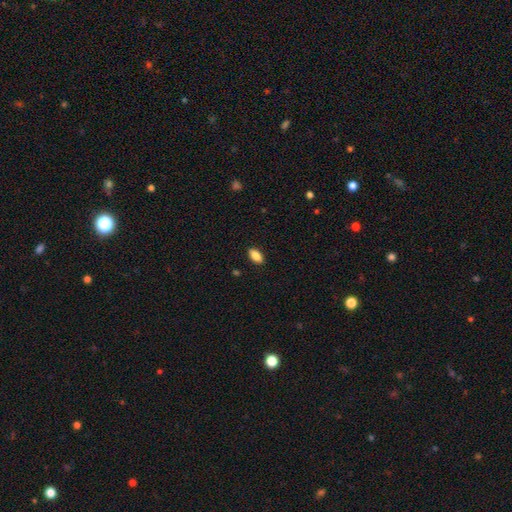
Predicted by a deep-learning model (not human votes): Smooth or featured? smooth (86%)
How rounded? in between (92%)
Merging? none (90%)